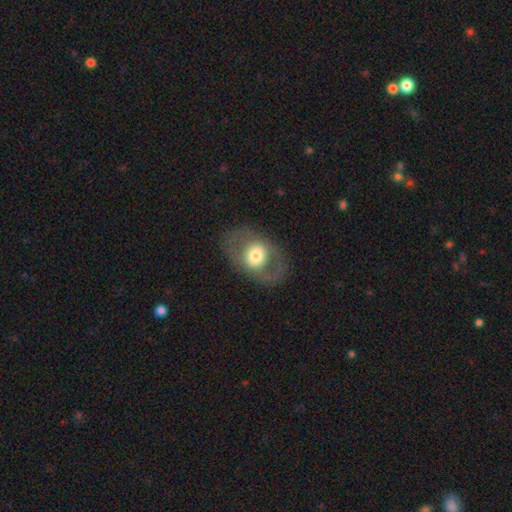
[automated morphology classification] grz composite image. It shows a featured or disk galaxy (47%). Merging: none (76%).